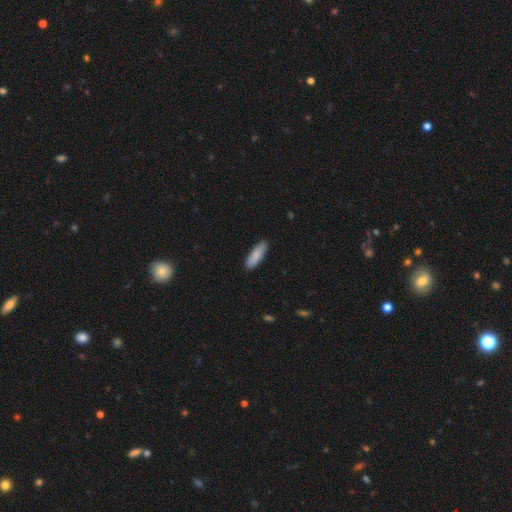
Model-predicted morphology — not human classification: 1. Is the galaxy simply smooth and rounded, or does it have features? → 85% smooth, 9% featured or disk, 6% star or artifact.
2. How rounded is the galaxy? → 50% in between, 49% cigar-shaped, 2% round.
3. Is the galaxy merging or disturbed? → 86% none, 11% minor disturbance, 2% major disturbance, 1% merger.